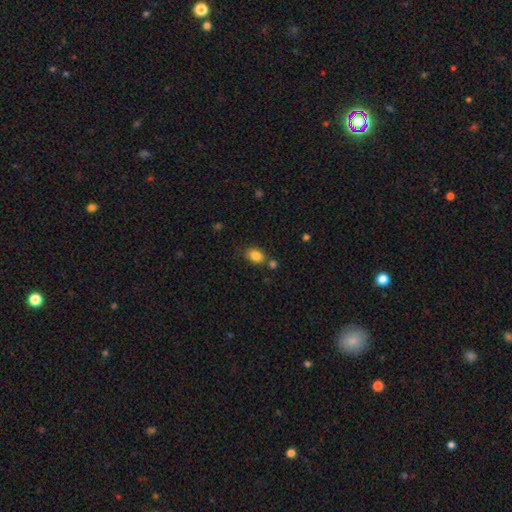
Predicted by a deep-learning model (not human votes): Q: Smooth or featured?
A: smooth (84%); runner-up: star or artifact (10%)
Q: How rounded?
A: in between (65%); runner-up: round (34%)
Q: Merging?
A: none (71%); runner-up: minor disturbance (13%)